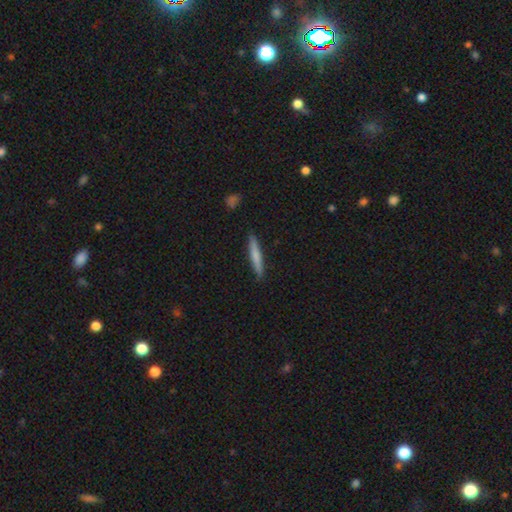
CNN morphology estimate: smooth 71%, featured or disk 24%, star or artifact 5%. Down the decision tree: how rounded — cigar-shaped (94%); merging — none (90%).